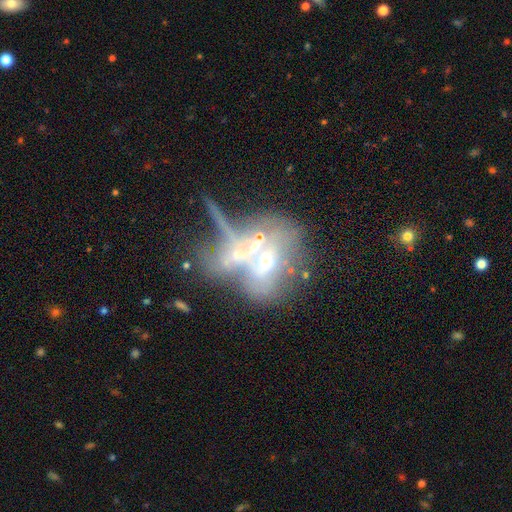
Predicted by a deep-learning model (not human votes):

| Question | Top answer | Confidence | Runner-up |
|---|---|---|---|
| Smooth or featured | featured or disk | 54% | smooth (25%) |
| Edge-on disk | no | 76% | yes (24%) |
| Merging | merger | 48% | none (24%) |